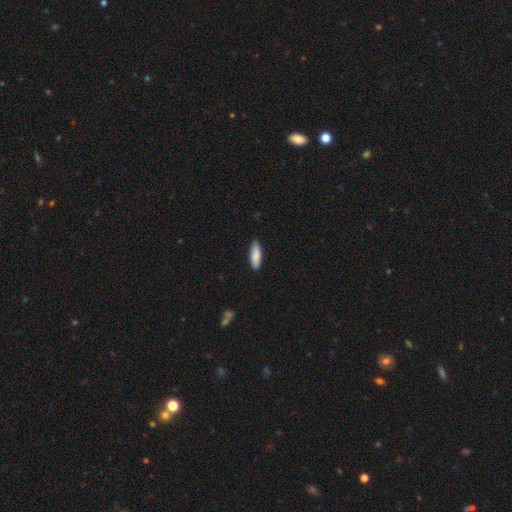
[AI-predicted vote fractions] This appears to be a smooth galaxy with no disk features (86%) that is cigar-shaped (49%, tied with in between). Merging: none (89%).